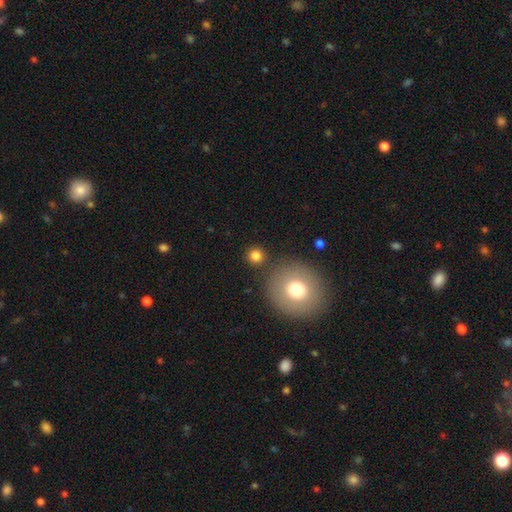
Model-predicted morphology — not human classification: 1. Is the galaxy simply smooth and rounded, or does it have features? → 81% smooth, 13% star or artifact, 7% featured or disk.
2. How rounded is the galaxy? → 93% round, 6% in between, 1% cigar-shaped.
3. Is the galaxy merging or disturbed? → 83% none, 7% merger, 7% minor disturbance, 3% major disturbance.